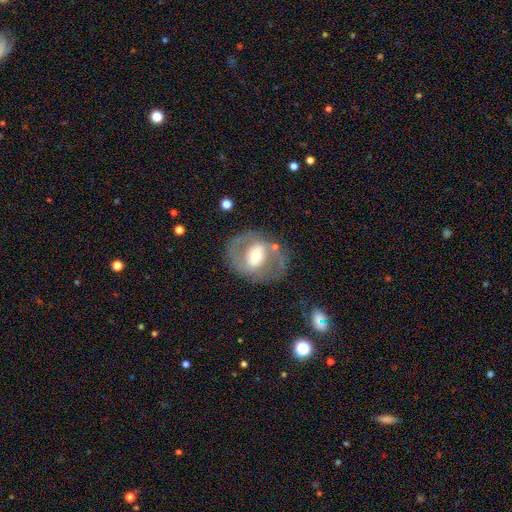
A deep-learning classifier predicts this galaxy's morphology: Smooth or featured? Predicted: featured or disk (p=0.66). Edge-on disk? Predicted: no (p=0.95). Bar? Predicted: weak (p=0.37). Spiral arms? Predicted: no (p=0.51). Bulge size? Predicted: moderate (p=0.64). Merging? Predicted: none (p=0.73).